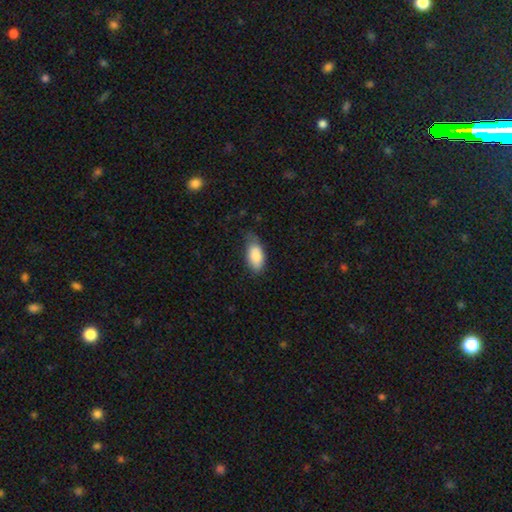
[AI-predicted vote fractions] smooth 84%, featured or disk 10%, star or artifact 6%. Down the decision tree: how rounded — in between (92%); merging — none (55%).